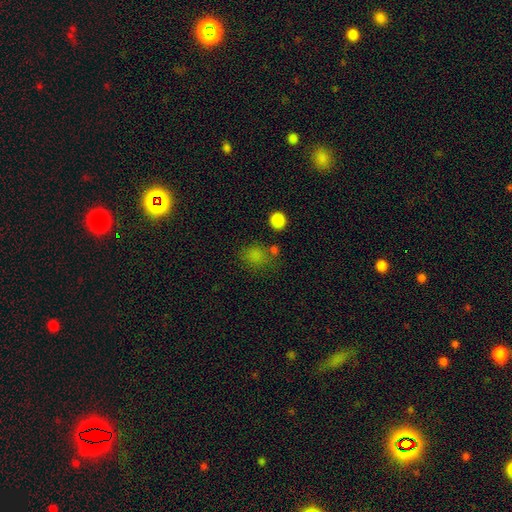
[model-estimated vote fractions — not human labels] Smooth or featured? smooth (77%)
How rounded? round (70%)
Merging? none (67%)